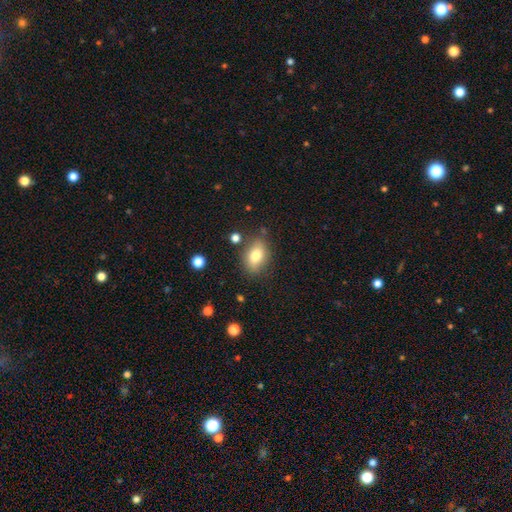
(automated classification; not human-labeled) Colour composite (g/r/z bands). It shows a smooth galaxy with no disk features (76%) that is in between round and cigar-shaped (79%). Merging: none (79%).